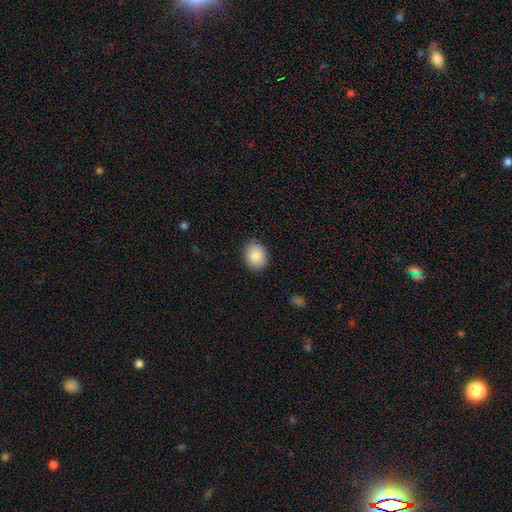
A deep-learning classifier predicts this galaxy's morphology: smooth-or-featured: smooth: 89% | star or artifact: 7% | featured or disk: 4%
  how-rounded: round: 56% | in between: 43% | cigar-shaped: 1%
  merging: none: 87% | minor disturbance: 10% | major disturbance: 2% | merger: 1%